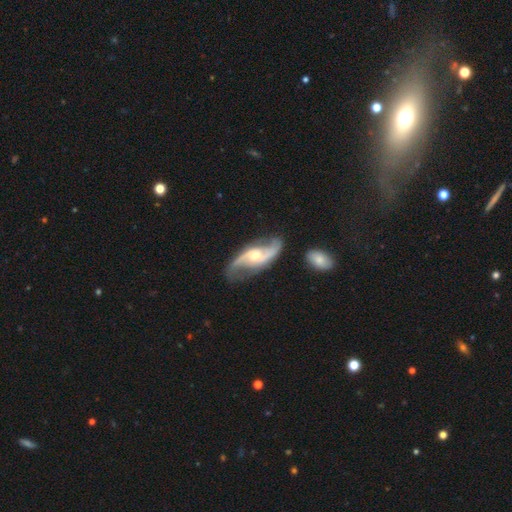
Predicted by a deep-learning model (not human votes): featured or disk 90%, smooth 6%, star or artifact 4%. Down the decision tree: edge-on disk — no (95%); bar — no (49%); spiral arms — yes (97%); spiral arm count — 2 (93%); spiral winding — loose (62%); bulge size — moderate (63%); merging — none (74%).